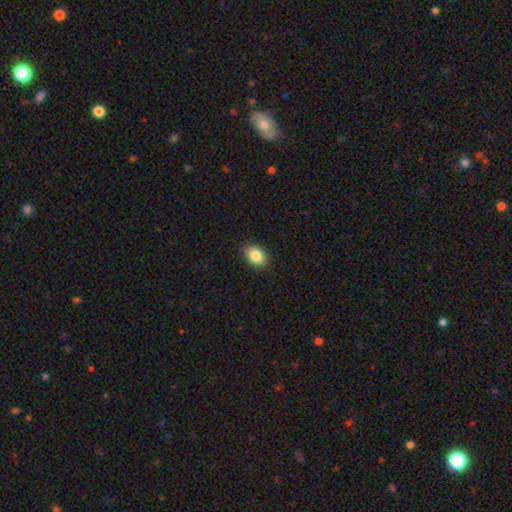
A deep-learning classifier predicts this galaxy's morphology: This appears to be a smooth galaxy with no disk features (86%) that is in between round and cigar-shaped (79%). Merging: none (90%).